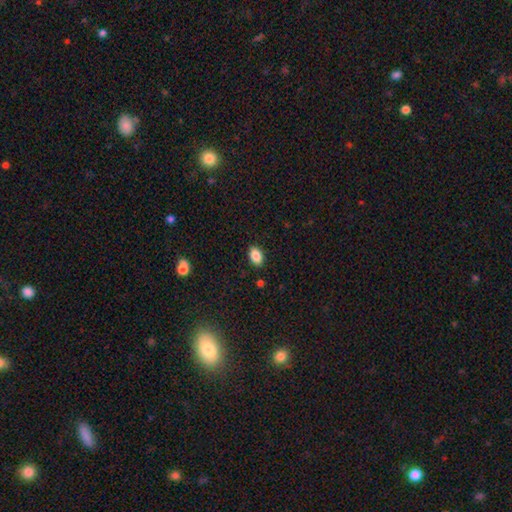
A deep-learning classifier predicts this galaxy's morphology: smooth 87%, star or artifact 8%, featured or disk 4%. Down the decision tree: how rounded — in between (89%); merging — none (88%).